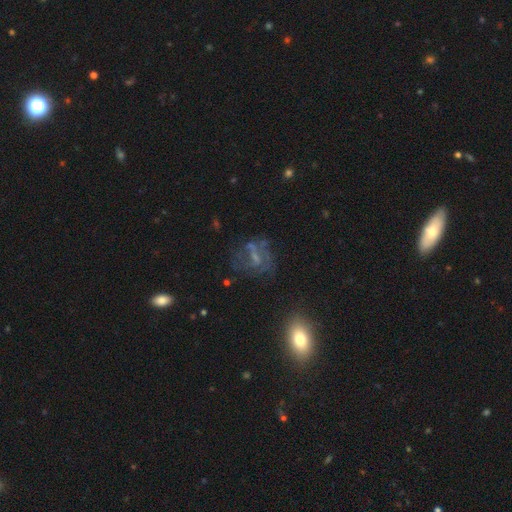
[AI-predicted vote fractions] Overall: featured or disk (58%; smooth 22%). Edge-on disk: no (95%). Bar: weak (41%; no 40%). Spiral arms: yes (54%; no 46%). Bulge size: small (42%; none 33%). Merging: none (52%; major disturbance 24%).